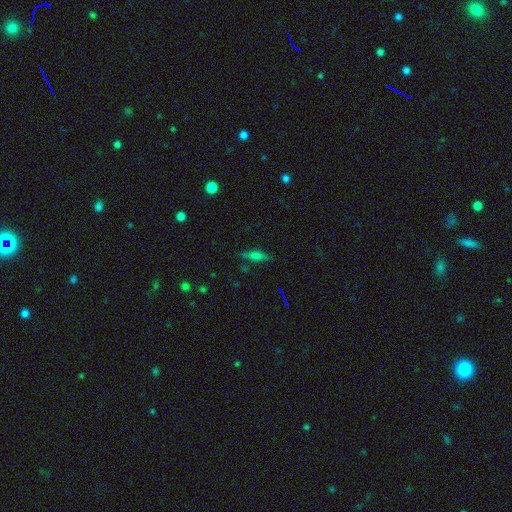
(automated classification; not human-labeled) This is possibly a smooth galaxy (46%). Merging: clearly none (82%).